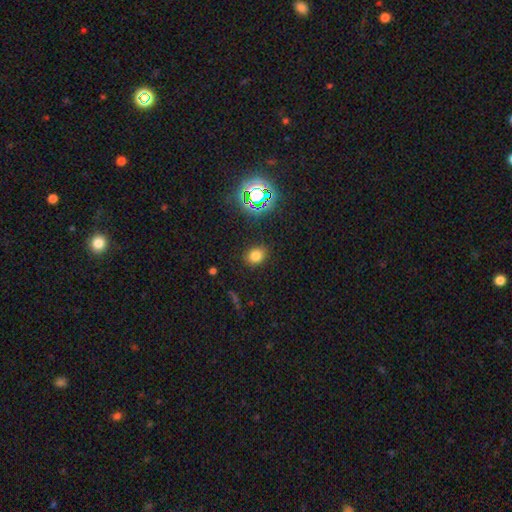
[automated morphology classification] Q: Smooth or featured?
A: smooth (73%); runner-up: star or artifact (20%)
Q: How rounded?
A: round (56%); runner-up: in between (43%)
Q: Merging?
A: none (85%); runner-up: minor disturbance (10%)